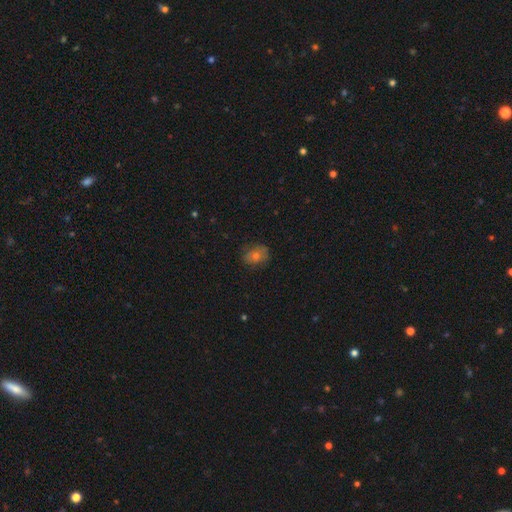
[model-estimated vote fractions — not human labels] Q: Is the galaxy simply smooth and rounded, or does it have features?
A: smooth — 63%.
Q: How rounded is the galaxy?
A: in between — 51%.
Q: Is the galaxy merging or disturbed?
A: none — 77%.